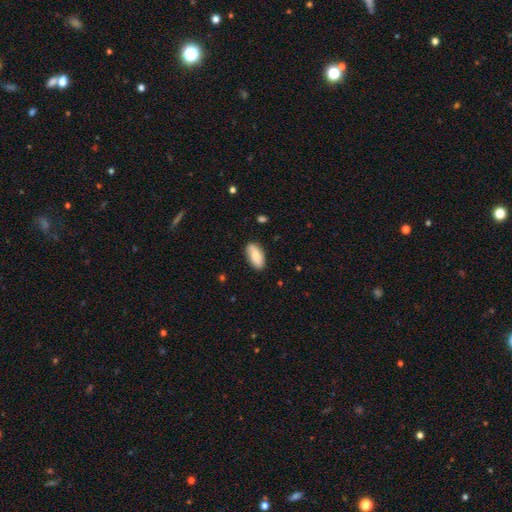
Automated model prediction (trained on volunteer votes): smooth-or-featured: smooth: 78% | featured or disk: 15% | star or artifact: 6%
  how-rounded: in between: 92% | cigar-shaped: 5% | round: 2%
  merging: none: 81% | minor disturbance: 15% | major disturbance: 3% | merger: 1%